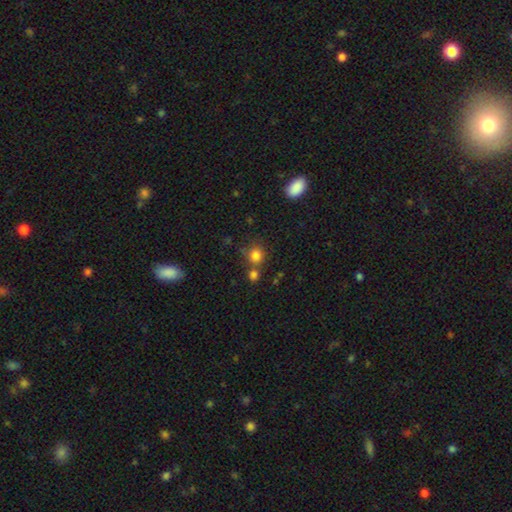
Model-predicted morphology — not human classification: Q: Smooth or featured?
A: smooth (81%); runner-up: star or artifact (13%)
Q: How rounded?
A: round (86%); runner-up: in between (13%)
Q: Merging?
A: none (62%); runner-up: merger (24%)